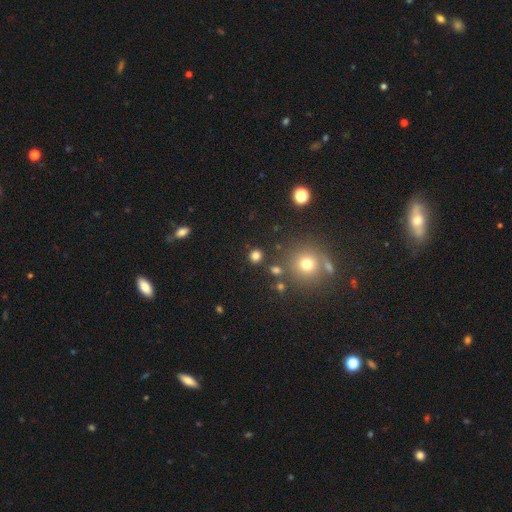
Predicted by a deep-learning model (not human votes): The model was most divided on "smooth or featured": smooth: 76%, star or artifact: 19%, featured or disk: 5%. More confident: how rounded — round (90%); merging — none (86%).